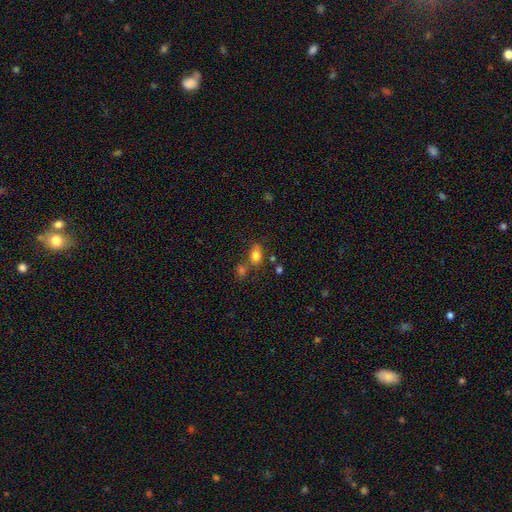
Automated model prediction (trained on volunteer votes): Smooth or featured?
  - smooth: 78% *
  - star or artifact: 11%
  - featured or disk: 10%
How rounded?
  - in between: 78% *
  - round: 19%
  - cigar-shaped: 3%
Merging?
  - none: 54% *
  - merger: 25%
  - minor disturbance: 16%
  - major disturbance: 6%